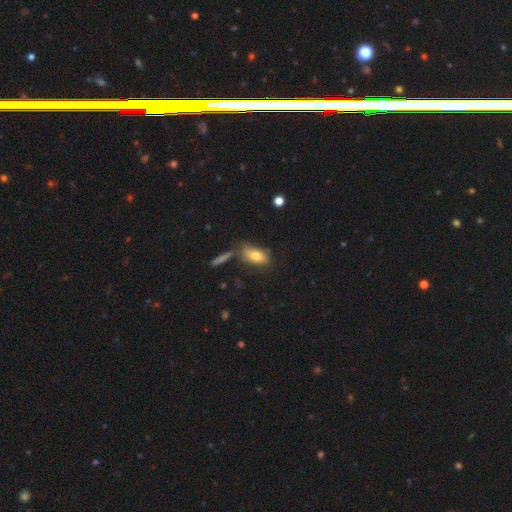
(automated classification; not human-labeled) Smooth or featured: smooth — 76% (featured or disk — 16%)
How rounded: in between — 85% (cigar-shaped — 10%)
Merging: none — 62% (minor disturbance — 19%)